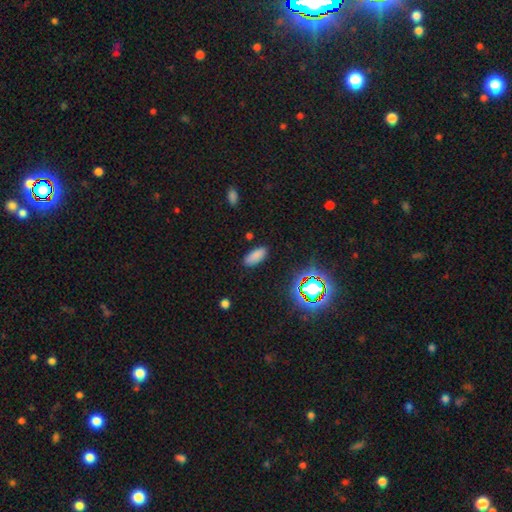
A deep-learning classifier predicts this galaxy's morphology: Smooth or featured?
  - smooth: 81% *
  - star or artifact: 13%
  - featured or disk: 6%
How rounded?
  - in between: 82% *
  - cigar-shaped: 16%
  - round: 2%
Merging?
  - none: 86% *
  - minor disturbance: 10%
  - major disturbance: 3%
  - merger: 1%